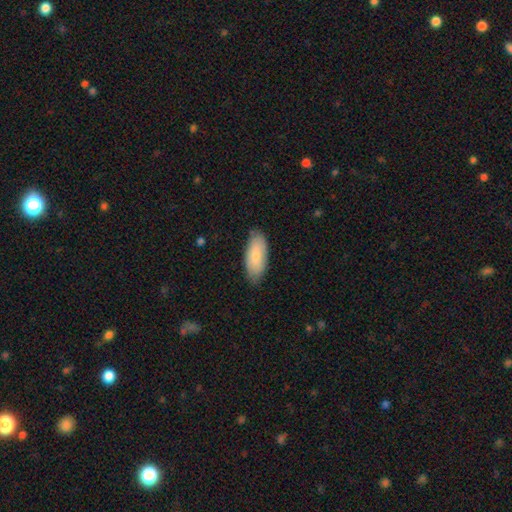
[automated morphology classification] smooth-or-featured: smooth: 80% | featured or disk: 15% | star or artifact: 5%
  how-rounded: in between: 87% | cigar-shaped: 12% | round: 2%
  merging: none: 79% | minor disturbance: 17% | major disturbance: 3% | merger: 1%